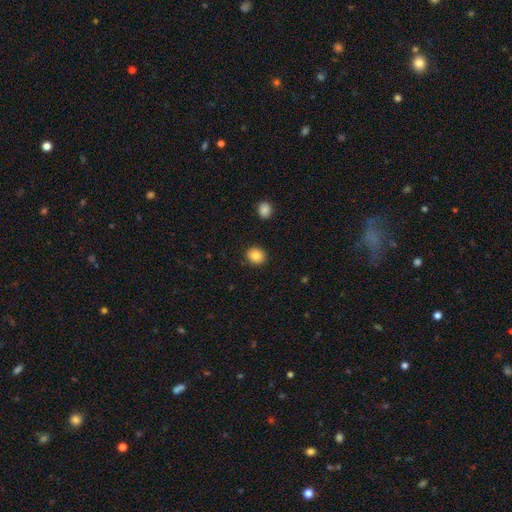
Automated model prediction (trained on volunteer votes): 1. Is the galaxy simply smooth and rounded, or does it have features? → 86% smooth, 9% star or artifact, 5% featured or disk.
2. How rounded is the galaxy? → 76% round, 23% in between, 1% cigar-shaped.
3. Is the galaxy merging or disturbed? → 90% none, 6% minor disturbance, 2% major disturbance, 1% merger.